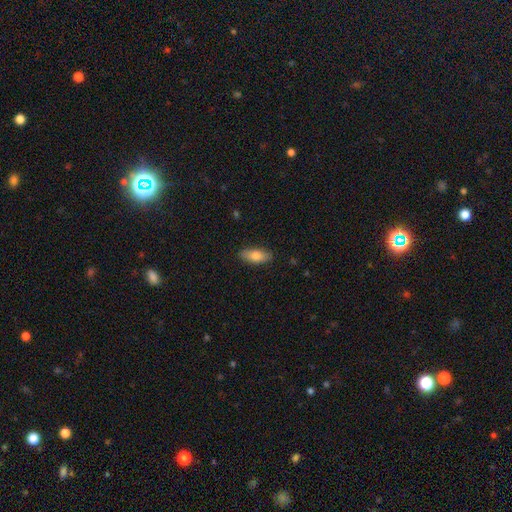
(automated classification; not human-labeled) This is likely a smooth galaxy (79%). How rounded: clearly in between (82%). Merging: clearly none (87%).